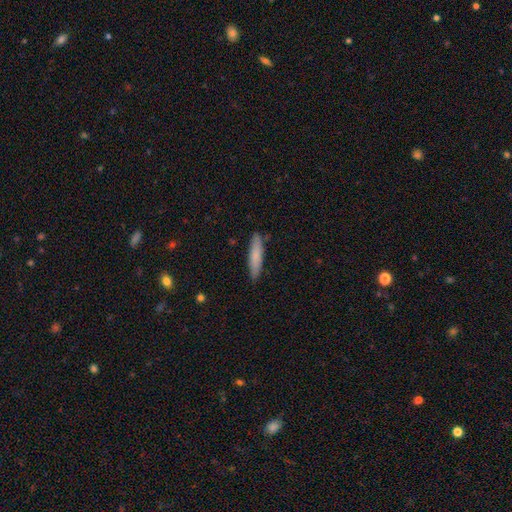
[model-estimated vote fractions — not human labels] Smooth or featured? Predicted: smooth (p=0.78). How rounded? Predicted: cigar-shaped (p=0.86). Merging? Predicted: none (p=0.87).